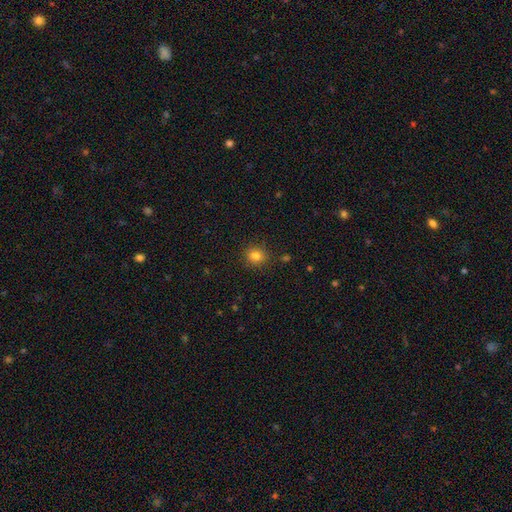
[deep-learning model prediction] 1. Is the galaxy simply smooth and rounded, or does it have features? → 82% smooth, 12% star or artifact, 6% featured or disk.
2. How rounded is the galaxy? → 76% round, 23% in between, 1% cigar-shaped.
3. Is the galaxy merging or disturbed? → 87% none, 9% minor disturbance, 3% major disturbance, 2% merger.